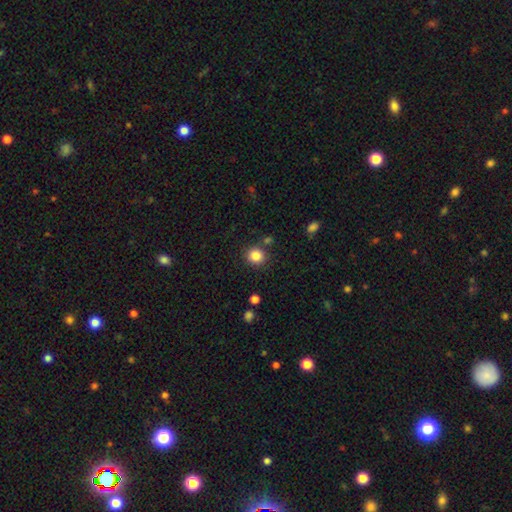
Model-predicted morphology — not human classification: type=smooth (85%); roundness=round (89%); merging=none (84%).